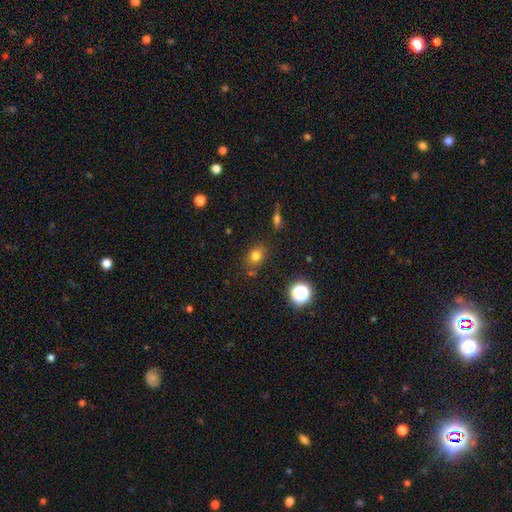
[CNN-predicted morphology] smooth_or_featured: smooth (p=0.76) [alt: star or artifact p=0.16]
how_rounded: round (p=0.52) [alt: in between p=0.47]
merging: none (p=0.77) [alt: minor disturbance p=0.14]